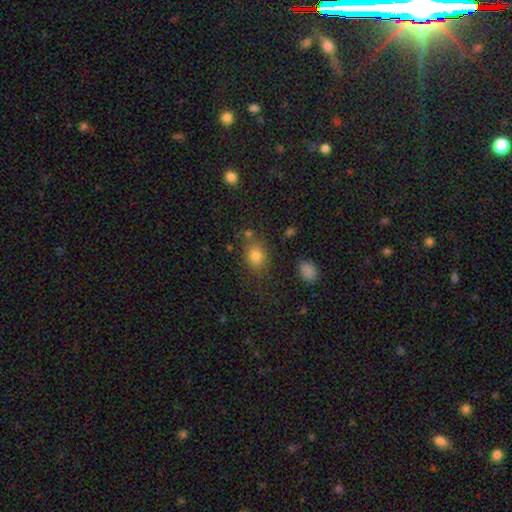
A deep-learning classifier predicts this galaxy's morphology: The model was most divided on "how rounded": in between: 52%, round: 47%, cigar-shaped: 1%. More confident: smooth or featured — smooth (80%); merging — none (72%).